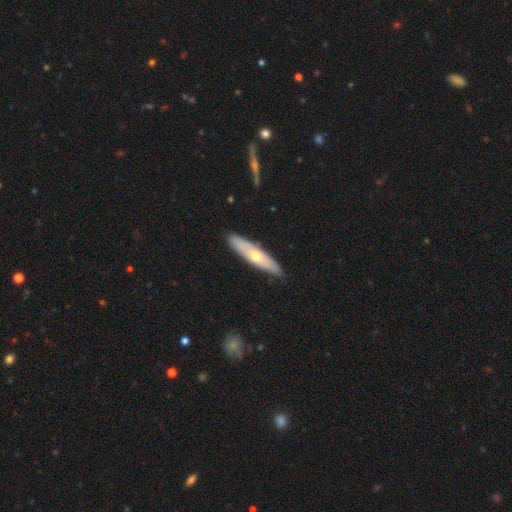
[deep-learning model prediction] Smooth or featured? Predicted: featured or disk (p=0.48). Merging? Predicted: none (p=0.86).